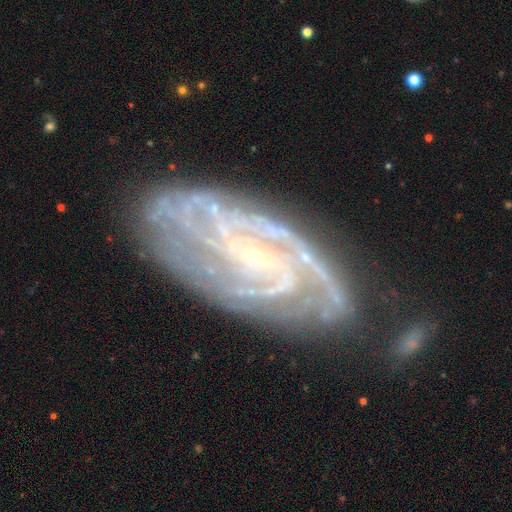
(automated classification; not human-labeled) featured or disk 90%, star or artifact 5%, smooth 4%. Down the decision tree: edge-on disk — no (95%); bar — no (44%); spiral arms — yes (98%); spiral arm count — 2 (28%); spiral winding — tight (66%); bulge size — small (85%); merging — none (73%).